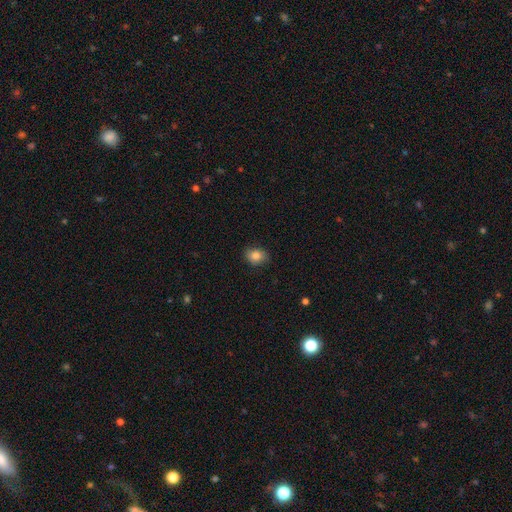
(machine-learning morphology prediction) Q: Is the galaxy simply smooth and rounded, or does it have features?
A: smooth — 83%.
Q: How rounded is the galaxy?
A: in between — 56%.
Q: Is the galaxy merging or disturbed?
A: none — 82%.